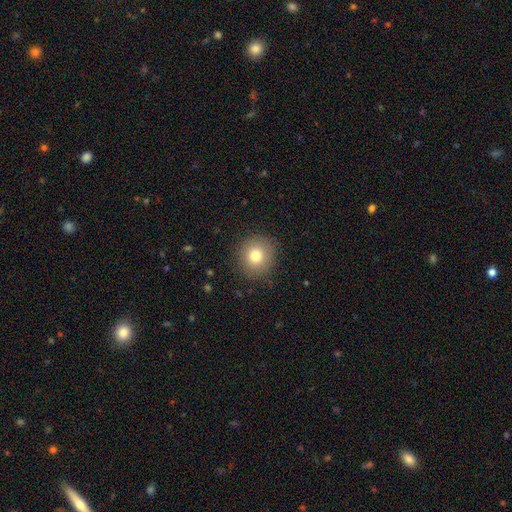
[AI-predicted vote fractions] smooth 78%, star or artifact 11%, featured or disk 10%. Down the decision tree: how rounded — round (91%); merging — none (89%).